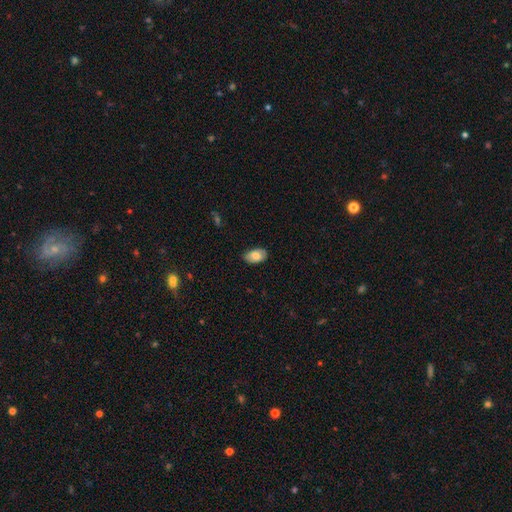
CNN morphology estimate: smooth 74%, featured or disk 19%, star or artifact 7%. Down the decision tree: how rounded — in between (93%); merging — none (82%).